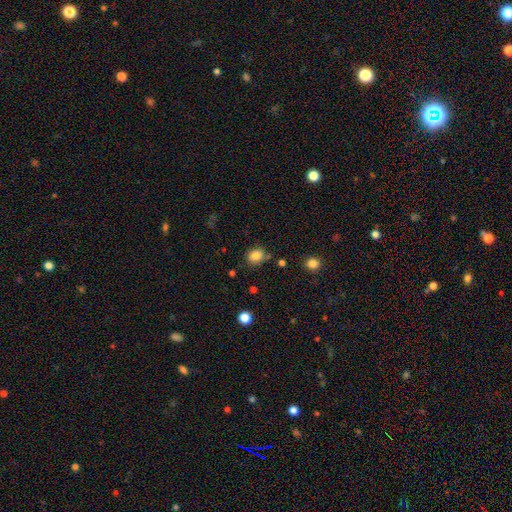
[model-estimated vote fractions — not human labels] This is clearly a smooth galaxy (83%). How rounded: possibly round (56%). Merging: likely none (75%).